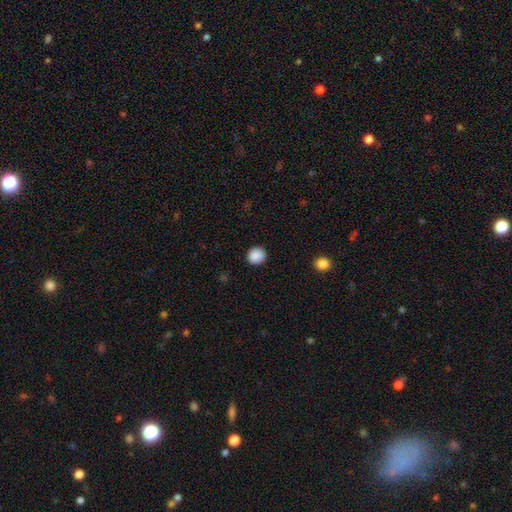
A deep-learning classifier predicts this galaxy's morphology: Smooth or featured?
  - smooth: 89% *
  - star or artifact: 8%
  - featured or disk: 3%
How rounded?
  - round: 91% *
  - in between: 8%
  - cigar-shaped: 1%
Merging?
  - none: 91% *
  - minor disturbance: 6%
  - major disturbance: 2%
  - merger: 1%